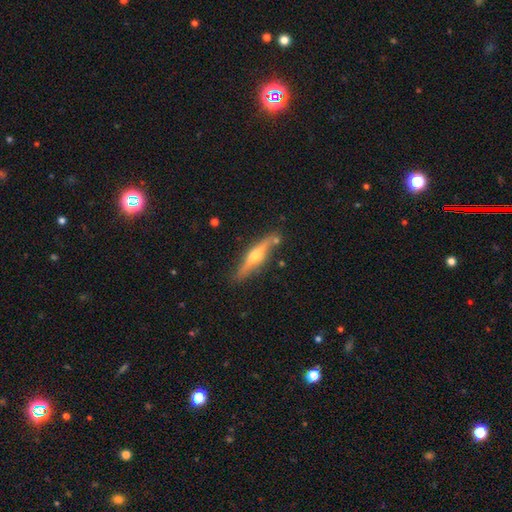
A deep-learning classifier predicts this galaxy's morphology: featured or disk 70%, smooth 24%, star or artifact 6%. Down the decision tree: edge-on disk — yes (96%); edge-on bulge — rounded (94%); merging — none (83%).